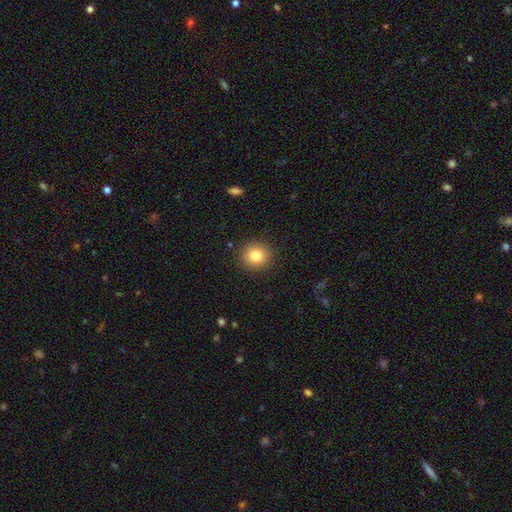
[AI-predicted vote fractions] The model was most divided on "smooth or featured": smooth: 81%, star or artifact: 11%, featured or disk: 8%. More confident: merging — none (90%); how rounded — round (88%).